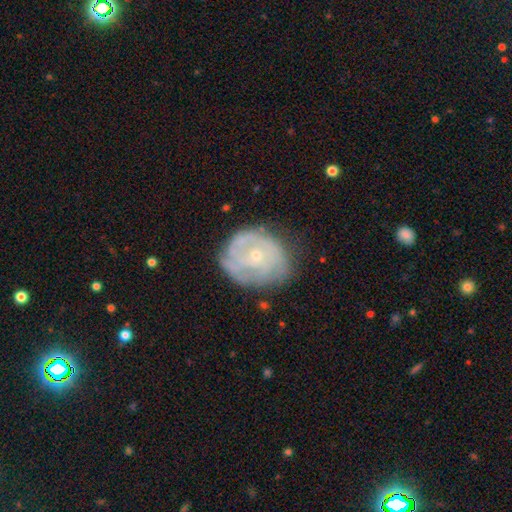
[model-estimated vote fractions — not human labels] The model was most divided on "spiral arm count": can't tell: 50%, 2: 18%, 3: 15%, 4: 7%, 1: 5%, more than 4: 4%. More confident: edge-on disk — no (97%); bar — no (80%); spiral arms — yes (78%); bulge size — small (73%); smooth or featured — featured or disk (71%); spiral winding — tight (68%); merging — none (67%).